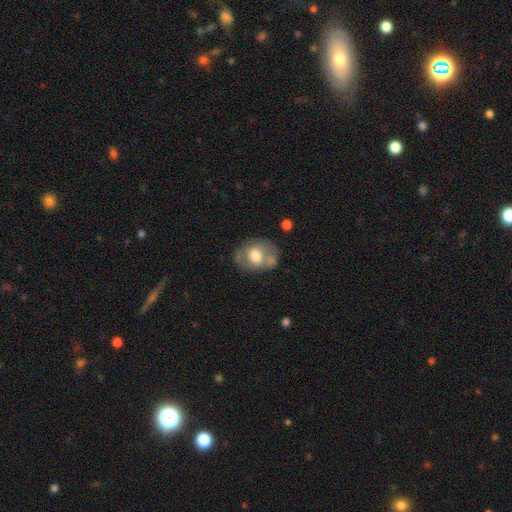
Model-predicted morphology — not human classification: This is possibly a smooth galaxy (55%). How rounded: possibly in between (60%). Merging: possibly none (57%).